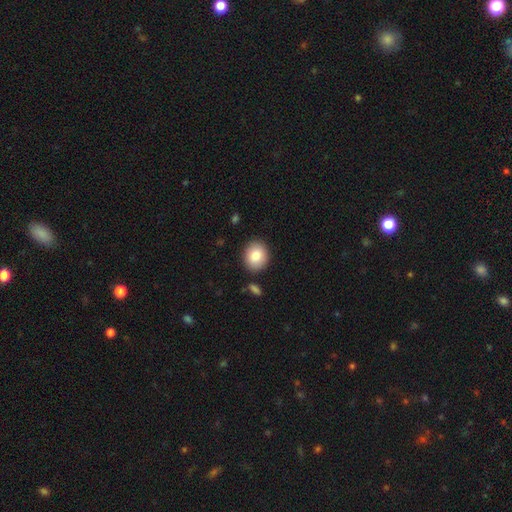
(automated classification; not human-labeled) smooth-or-featured: smooth: 85% | featured or disk: 8% | star or artifact: 8%
  how-rounded: round: 60% | in between: 39% | cigar-shaped: 1%
  merging: none: 87% | minor disturbance: 8% | merger: 3% | major disturbance: 2%